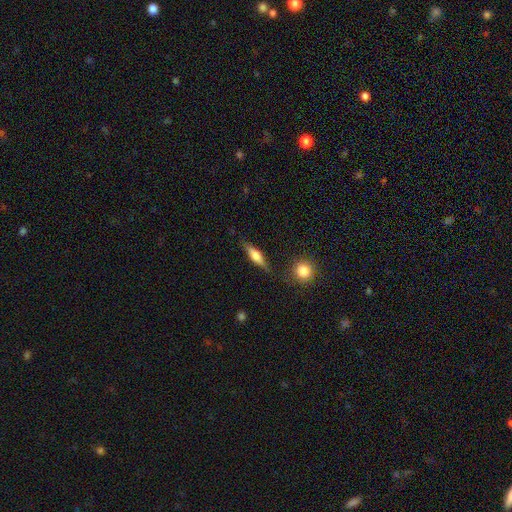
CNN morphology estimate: This appears to be a smooth galaxy with no disk features (52%) that is cigar-shaped (60%). Merging: none (80%).